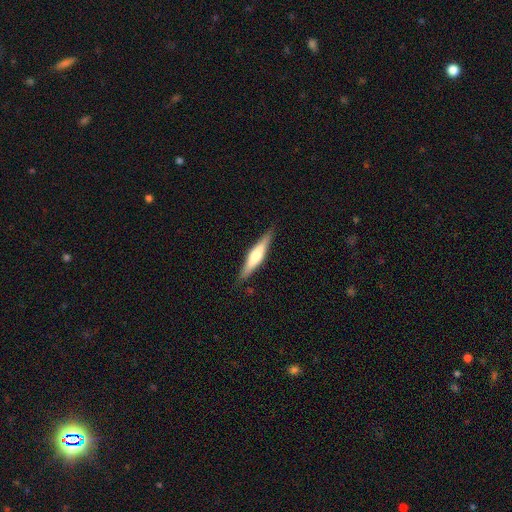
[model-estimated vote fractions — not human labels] Smooth or featured? featured or disk (58%)
Edge-on disk? yes (96%)
Edge-on bulge? rounded (83%)
Merging? none (87%)